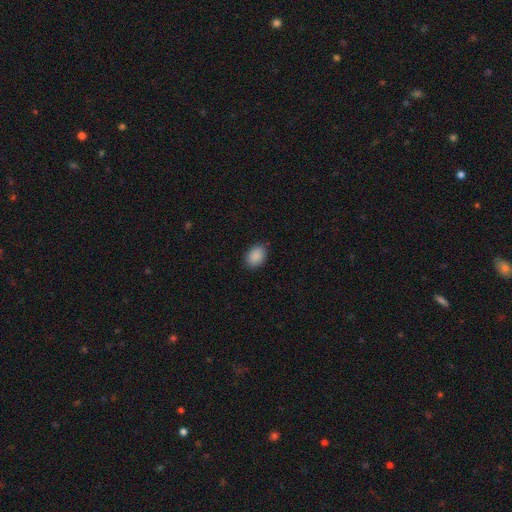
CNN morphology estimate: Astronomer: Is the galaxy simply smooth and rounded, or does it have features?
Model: smooth — 90%.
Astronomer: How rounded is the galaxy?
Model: in between — 80%.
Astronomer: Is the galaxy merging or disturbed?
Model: none — 85%.